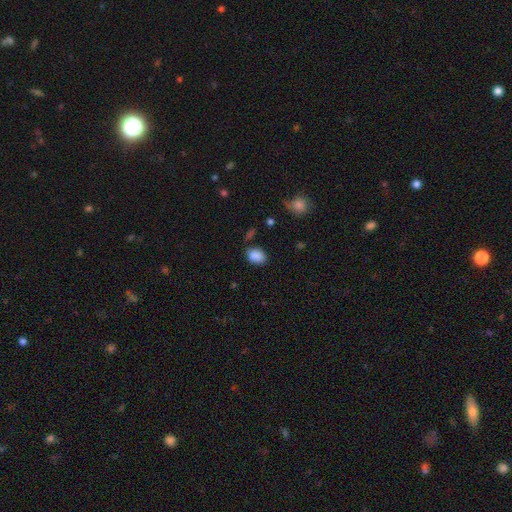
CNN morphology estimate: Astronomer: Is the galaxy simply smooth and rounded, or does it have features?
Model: smooth — 87%.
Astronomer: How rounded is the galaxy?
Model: in between — 69%.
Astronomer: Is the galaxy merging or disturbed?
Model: none — 75%.